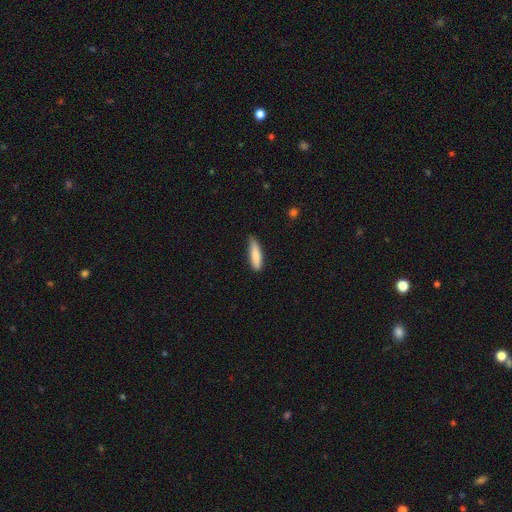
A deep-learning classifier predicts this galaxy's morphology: The model was most divided on "how rounded": cigar-shaped: 70%, in between: 29%, round: 1%. More confident: smooth or featured — smooth (82%); merging — none (72%).